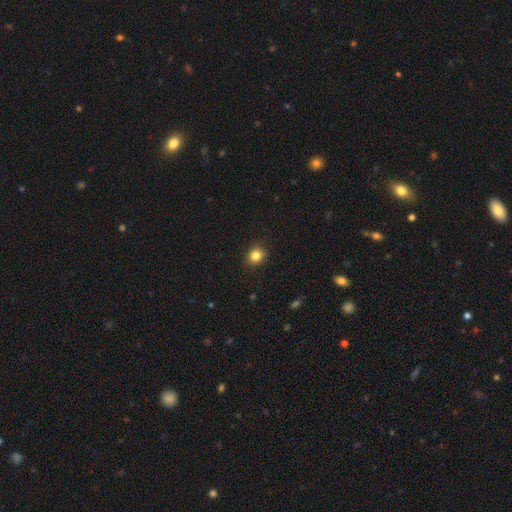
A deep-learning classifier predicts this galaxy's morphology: The model was most divided on "how rounded": round: 74%, in between: 25%, cigar-shaped: 1%. More confident: merging — none (88%); smooth or featured — smooth (83%).